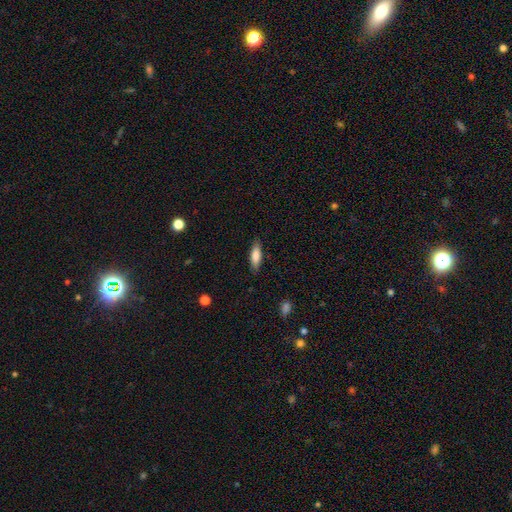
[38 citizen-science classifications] This appears to be a smooth galaxy with no disk features (82%) that is cigar-shaped (61%). Merging: none (81%).